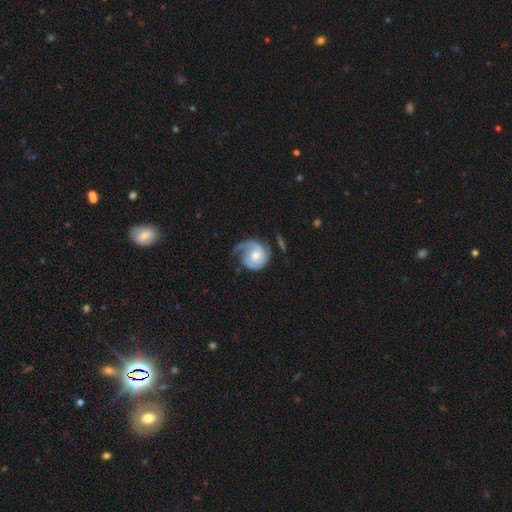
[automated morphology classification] Smooth or featured: featured or disk — 79% (smooth — 16%)
Edge-on disk: no — 98% (yes — 2%)
Bar: no — 69% (weak — 26%)
Spiral arms: yes — 94% (no — 6%)
Spiral winding: tight — 39% (medium — 38%)
Spiral arm count: 1 — 49% (2 — 38%)
Bulge size: moderate — 56% (small — 38%)
Merging: none — 48% (major disturbance — 24%)